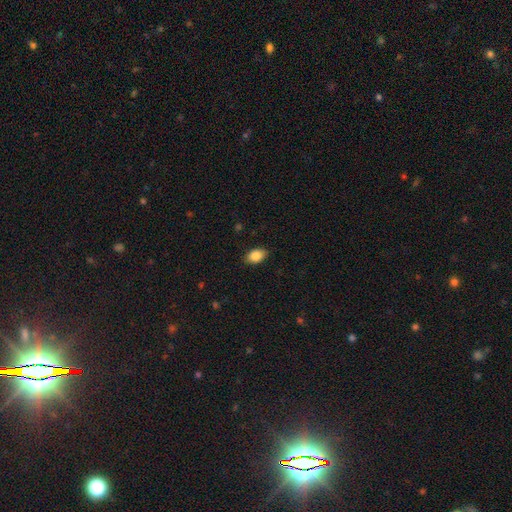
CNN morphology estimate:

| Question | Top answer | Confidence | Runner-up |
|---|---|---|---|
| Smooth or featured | smooth | 86% | star or artifact (8%) |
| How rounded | in between | 88% | round (11%) |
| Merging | none | 88% | minor disturbance (9%) |